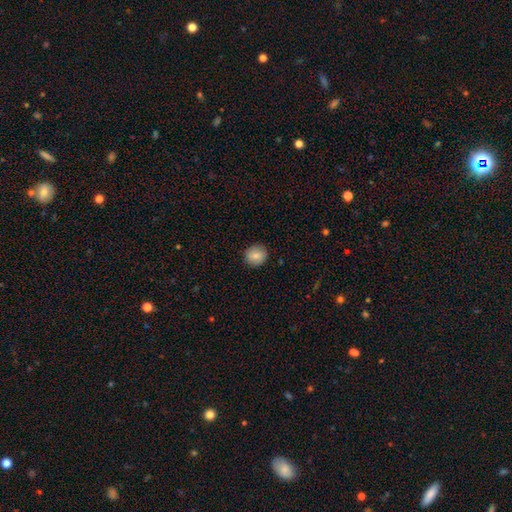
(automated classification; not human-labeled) smooth 83%, featured or disk 9%, star or artifact 8%. Down the decision tree: how rounded — round (81%); merging — none (89%).